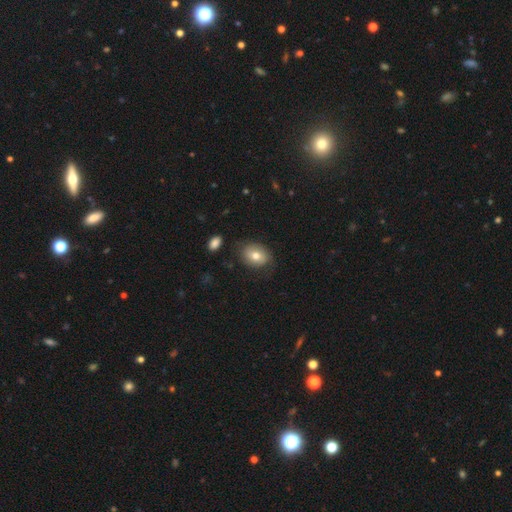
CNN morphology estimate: This appears to be a smooth galaxy with no disk features (71%) that is in between round and cigar-shaped (67%). Merging: none (72%).